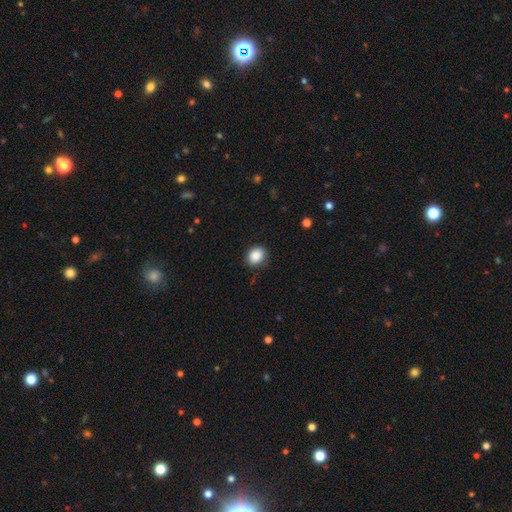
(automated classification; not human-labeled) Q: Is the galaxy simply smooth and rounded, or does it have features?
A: smooth — 88%.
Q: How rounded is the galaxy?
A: round — 58%.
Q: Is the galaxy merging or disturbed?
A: none — 83%.